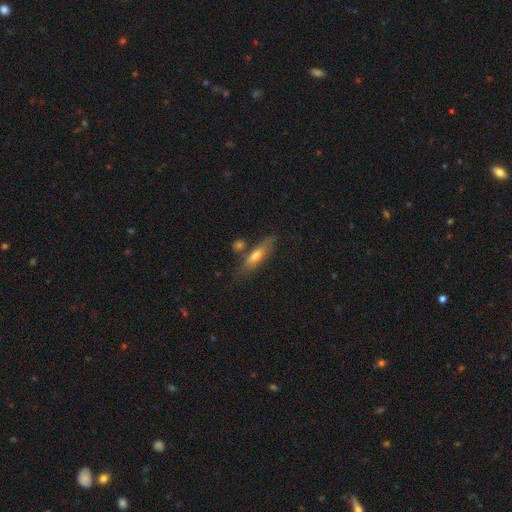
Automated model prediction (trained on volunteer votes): The model was most divided on "smooth or featured": smooth: 53%, featured or disk: 39%, star or artifact: 7%. More confident: merging — none (68%); how rounded — cigar-shaped (66%).